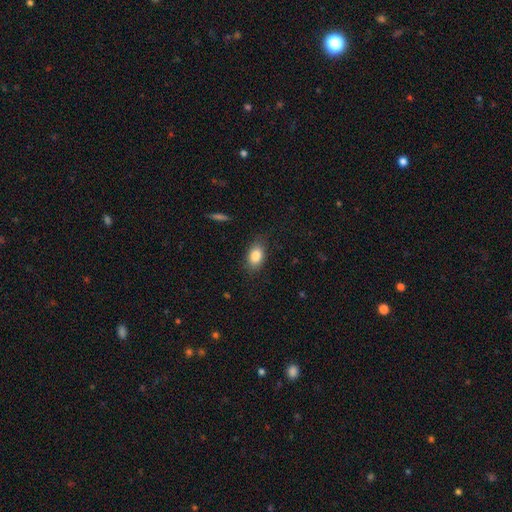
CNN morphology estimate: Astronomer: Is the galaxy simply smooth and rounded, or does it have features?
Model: smooth — 84%.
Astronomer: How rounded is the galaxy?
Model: in between — 87%.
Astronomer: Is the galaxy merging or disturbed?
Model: none — 81%.